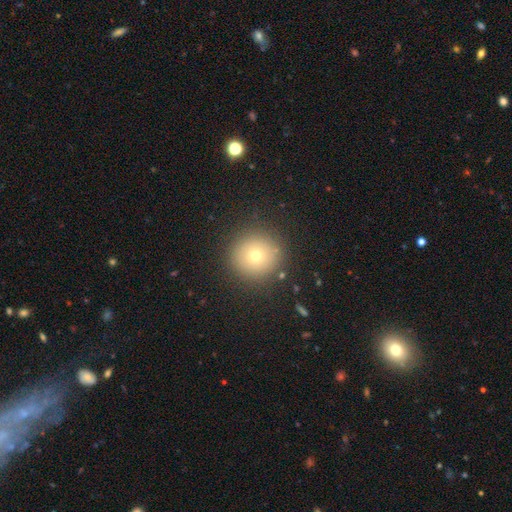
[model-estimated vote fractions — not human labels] The model was most divided on "smooth or featured": smooth: 69%, star or artifact: 16%, featured or disk: 14%. More confident: how rounded — round (94%); merging — none (89%).